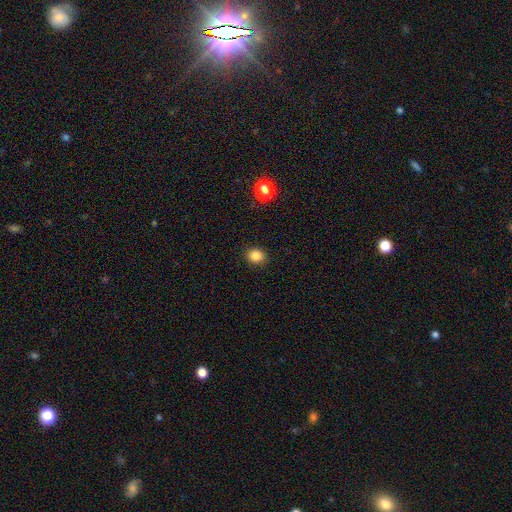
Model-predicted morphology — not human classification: This is clearly a smooth galaxy (84%). How rounded: likely round (66%). Merging: clearly none (90%).